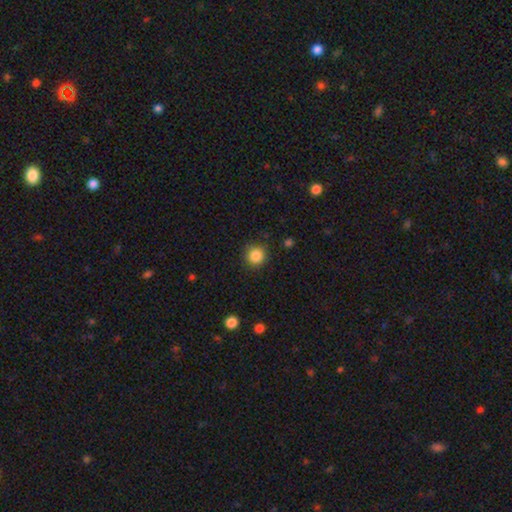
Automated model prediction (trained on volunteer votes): The model was most divided on "smooth or featured": smooth: 86%, star or artifact: 10%, featured or disk: 4%. More confident: how rounded — round (93%); merging — none (87%).